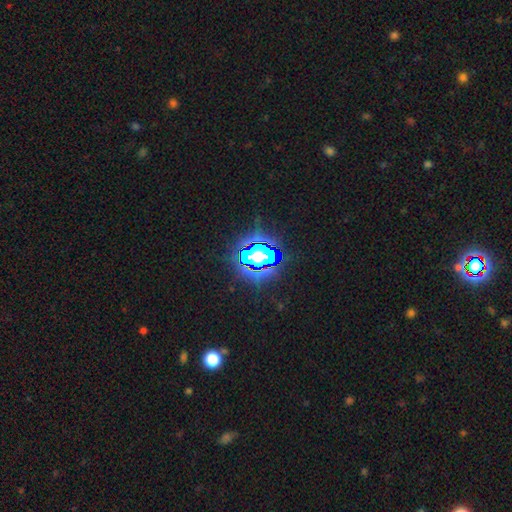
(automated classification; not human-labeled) A star or artifact, not a galaxy (67%).